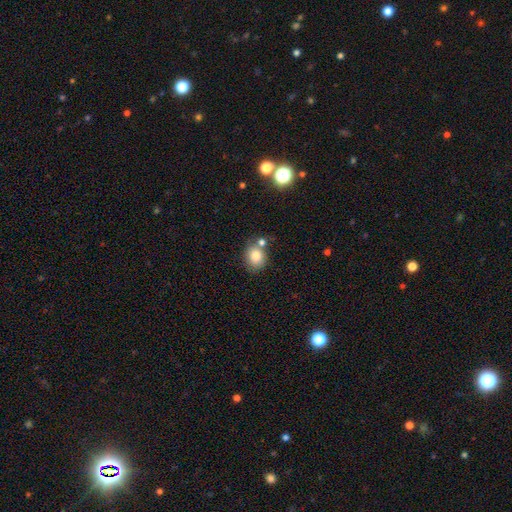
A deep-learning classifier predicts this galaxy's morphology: A smooth galaxy with no disk features (81%) that is round (56%). Merging: none (58%).